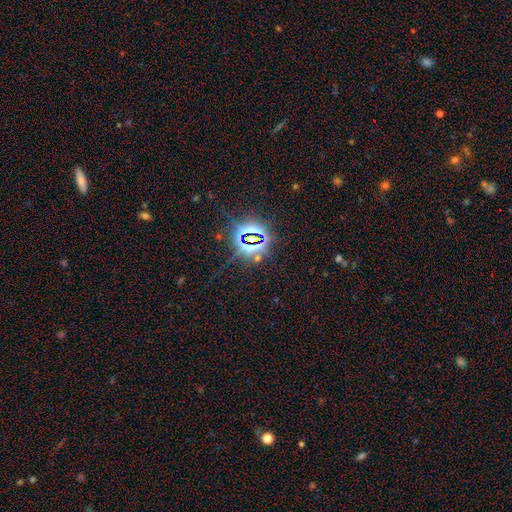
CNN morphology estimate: smooth-or-featured: star or artifact: 81% | smooth: 11% | featured or disk: 8%